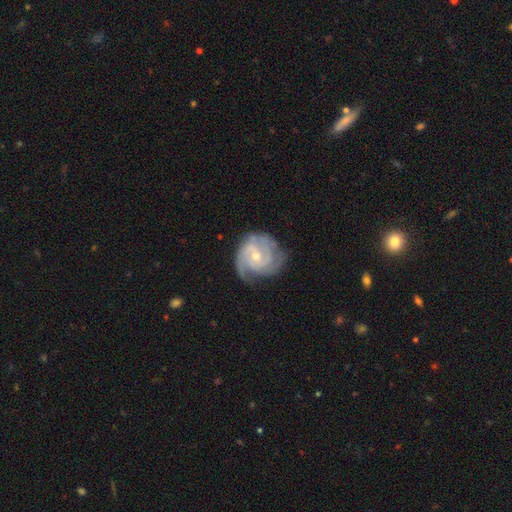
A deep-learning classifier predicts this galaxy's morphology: smooth-or-featured: featured or disk: 86% | smooth: 9% | star or artifact: 5%
  disk-edge-on: no: 98% | yes: 2%
    bar: no: 56% | weak: 37% | strong: 7%
    has-spiral-arms: yes: 96% | no: 4%
      spiral-winding: tight: 53% | medium: 37% | loose: 9%
      spiral-arm-count: 3: 34% | 2: 28% | can't tell: 20% | 4: 8% | 1: 5% | more than 4: 5%
    bulge-size: small: 53% | moderate: 44% | large: 1% | none: 1% | dominant: 1%
  merging: none: 66% | minor disturbance: 23% | major disturbance: 10% | merger: 1%